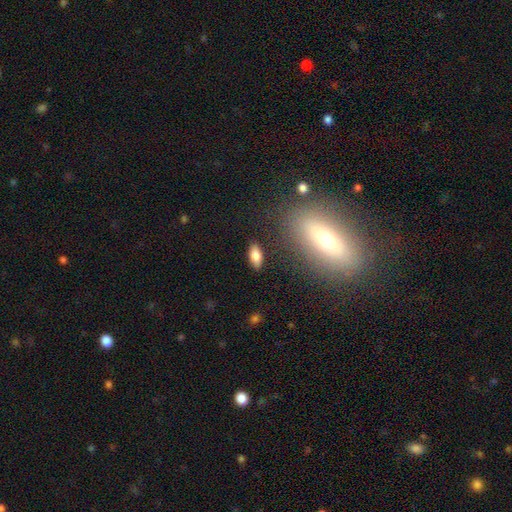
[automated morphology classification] A smooth galaxy with no disk features (78%) that is in between round and cigar-shaped (84%). Merging: none (87%).